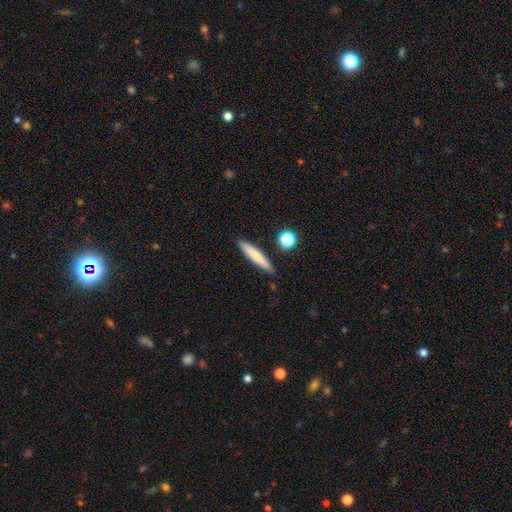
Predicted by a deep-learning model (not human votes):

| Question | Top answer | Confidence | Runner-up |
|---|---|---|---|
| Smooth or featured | smooth | 73% | featured or disk (21%) |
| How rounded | cigar-shaped | 90% | in between (9%) |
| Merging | none | 87% | minor disturbance (9%) |